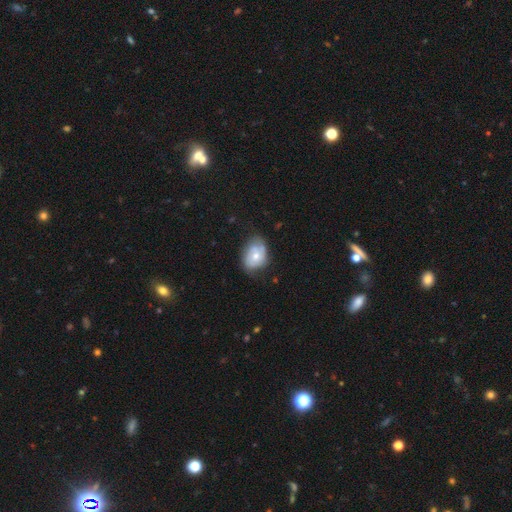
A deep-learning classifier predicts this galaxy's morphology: type=smooth (51%); roundness=in between (68%); merging=none (54%).